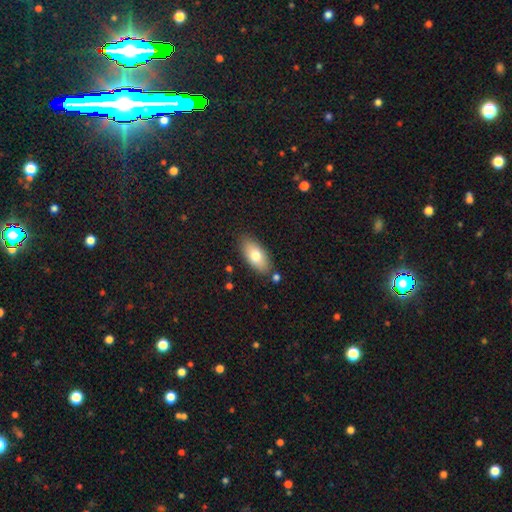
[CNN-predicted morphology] Smooth or featured: smooth — 75% (featured or disk — 18%)
How rounded: in between — 90% (cigar-shaped — 7%)
Merging: none — 82% (minor disturbance — 11%)